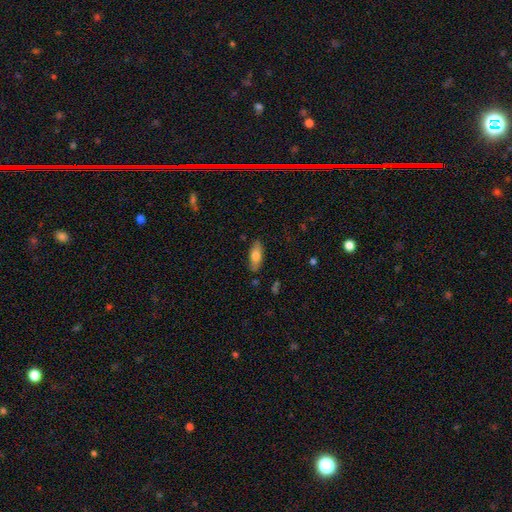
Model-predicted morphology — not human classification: type=smooth (72%); roundness=in between (71%); merging=none (85%).